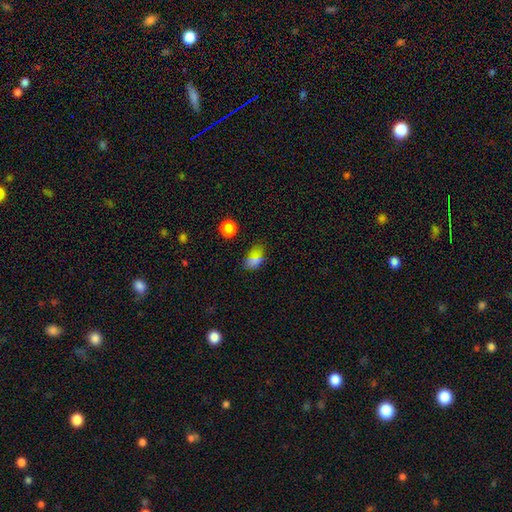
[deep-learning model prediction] A smooth galaxy with no disk features (69%) that is in between round and cigar-shaped (81%). Merging: none (77%).